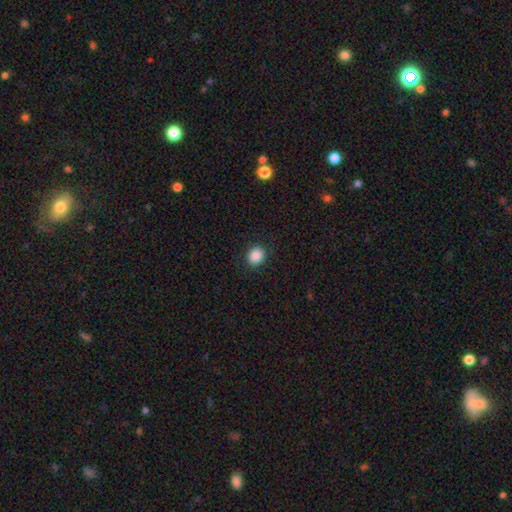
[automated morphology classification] Smooth or featured?
  - smooth: 88% *
  - star or artifact: 9%
  - featured or disk: 3%
How rounded?
  - round: 67% *
  - in between: 33%
  - cigar-shaped: 1%
Merging?
  - none: 90% *
  - minor disturbance: 7%
  - major disturbance: 2%
  - merger: 1%